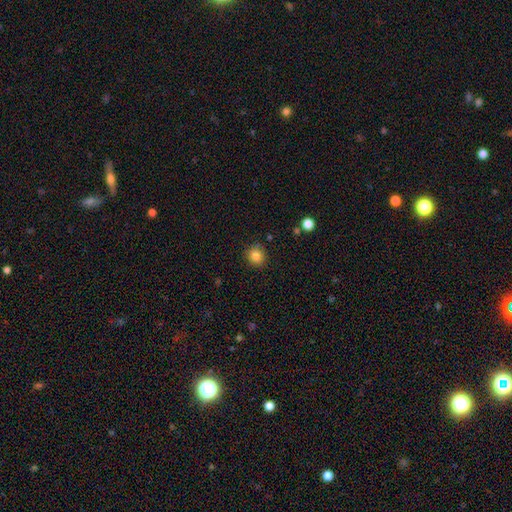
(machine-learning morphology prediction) smooth_or_featured: smooth (p=0.84) [alt: star or artifact p=0.11]
how_rounded: round (p=0.88) [alt: in between p=0.11]
merging: none (p=0.87) [alt: minor disturbance p=0.09]